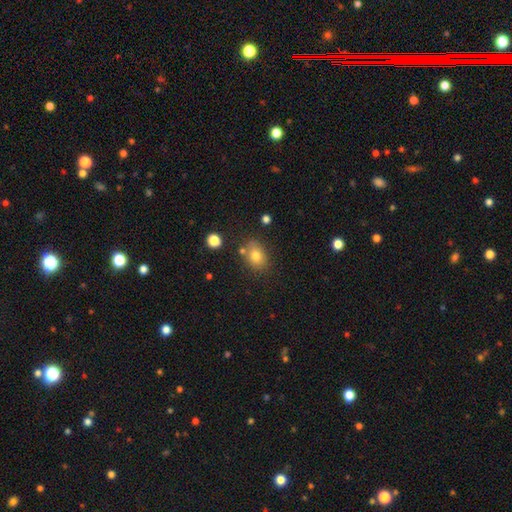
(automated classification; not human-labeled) Smooth or featured? Predicted: smooth (p=0.78). How rounded? Predicted: in between (p=0.64). Merging? Predicted: none (p=0.74).